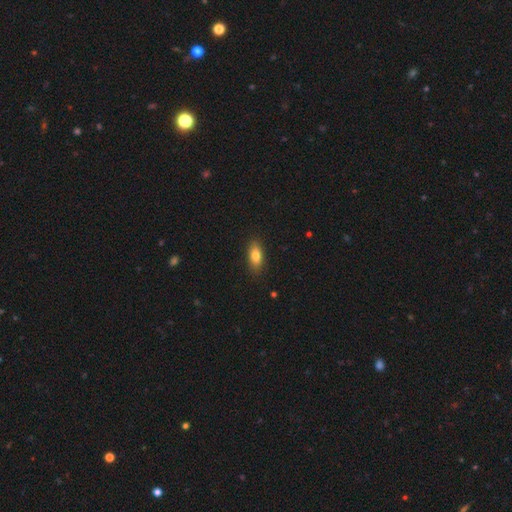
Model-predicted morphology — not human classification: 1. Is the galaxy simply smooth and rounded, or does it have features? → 79% smooth, 13% featured or disk, 8% star or artifact.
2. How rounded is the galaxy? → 83% in between, 13% cigar-shaped, 4% round.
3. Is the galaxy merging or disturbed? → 86% none, 10% minor disturbance, 2% major disturbance, 1% merger.